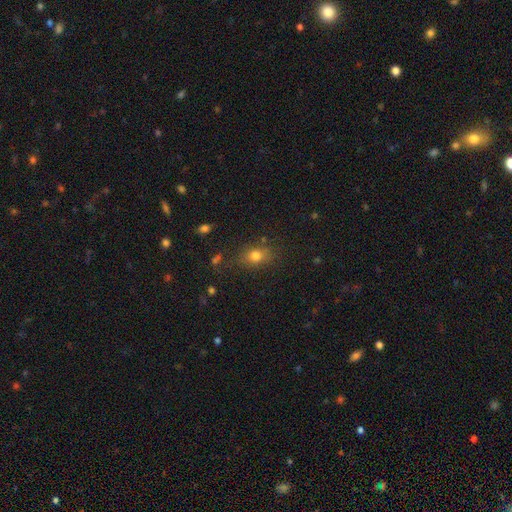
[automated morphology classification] Smooth or featured: smooth — 76% (star or artifact — 13%)
How rounded: in between — 61% (round — 36%)
Merging: none — 77% (minor disturbance — 15%)